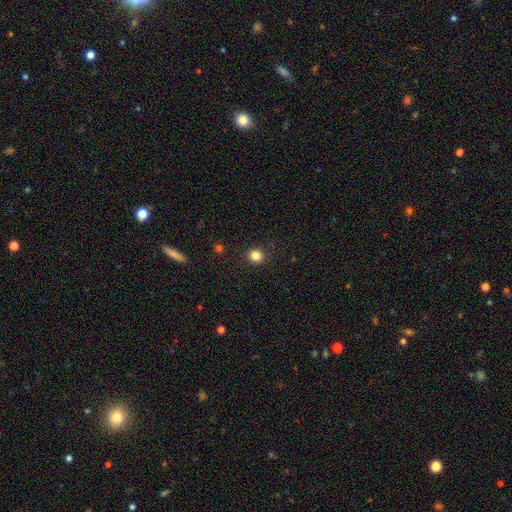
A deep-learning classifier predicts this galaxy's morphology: The model was most divided on "how rounded": round: 84%, in between: 15%, cigar-shaped: 1%. More confident: merging — none (90%); smooth or featured — smooth (83%).